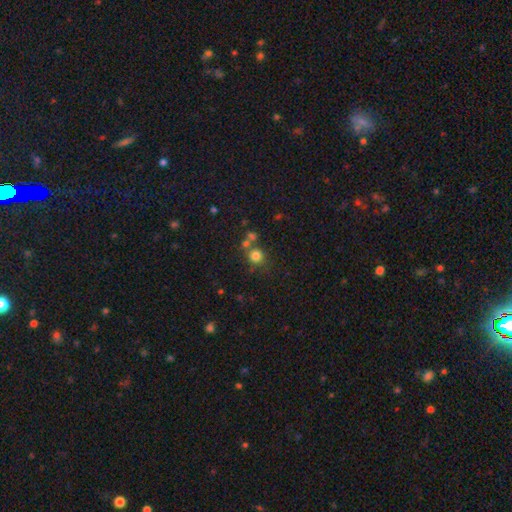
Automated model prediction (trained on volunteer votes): Smooth or featured: smooth — 77% (star or artifact — 16%)
How rounded: round — 90% (in between — 9%)
Merging: none — 63% (merger — 23%)